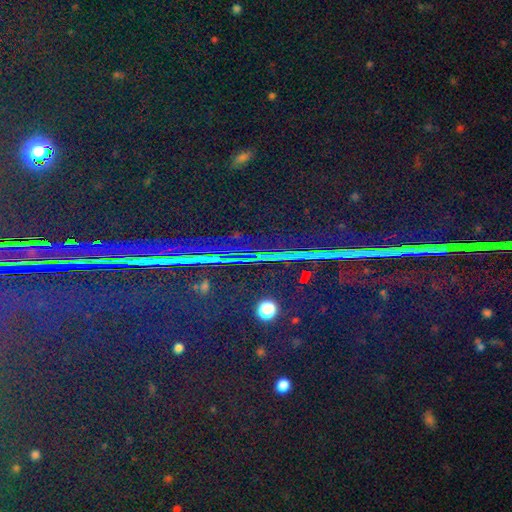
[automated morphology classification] type=star or artifact (79%).